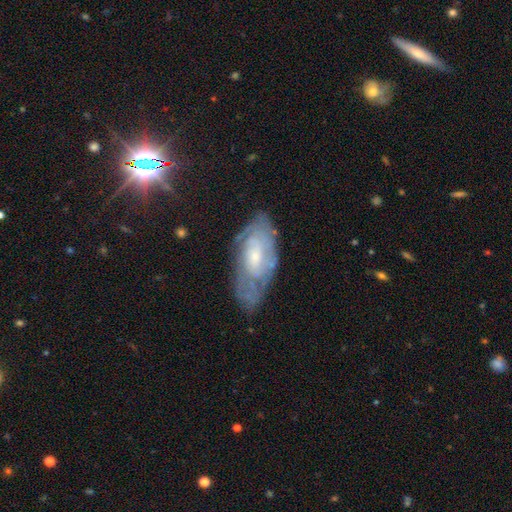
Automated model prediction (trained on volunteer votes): Smooth or featured? Predicted: featured or disk (p=0.69). Edge-on disk? Predicted: no (p=0.90). Bar? Predicted: no (p=0.68). Spiral arms? Predicted: yes (p=0.79). Bulge size? Predicted: small (p=0.63). Merging? Predicted: none (p=0.66).